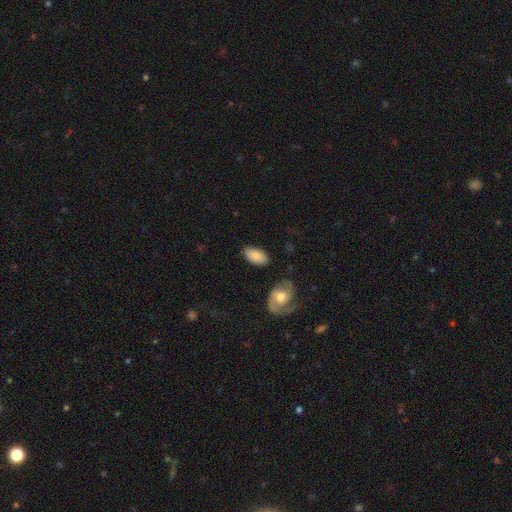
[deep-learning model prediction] A smooth galaxy with no disk features (84%) that is in between round and cigar-shaped (94%). Merging: none (79%).